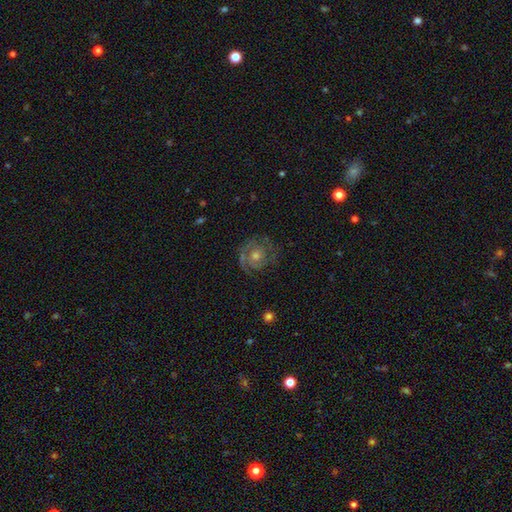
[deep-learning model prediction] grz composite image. It shows a featured or disk galaxy (78%) with no bar (78%), 2 (46%) tight (63%) spiral arms (91%) and a moderate central bulge (59%). Merging: none (76%).